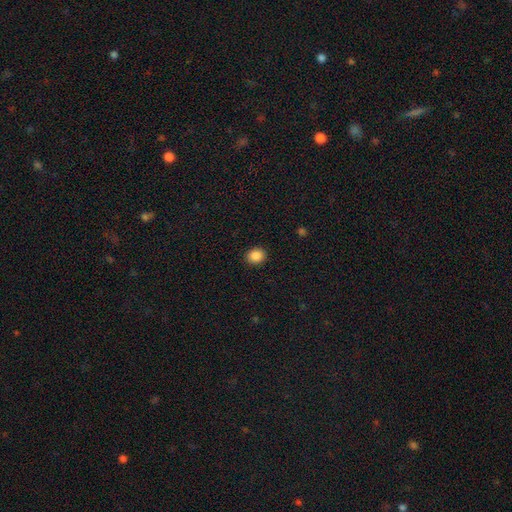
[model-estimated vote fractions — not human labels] A smooth galaxy with no disk features (87%) that is round (64%).

Vote fractions:
- Smooth or featured? smooth: 87% / star or artifact: 10% / featured or disk: 3%
- How rounded? round: 64% / in between: 35% / cigar-shaped: 1%
- Merging? none: 91% / minor disturbance: 6% / major disturbance: 2% / merger: 1%